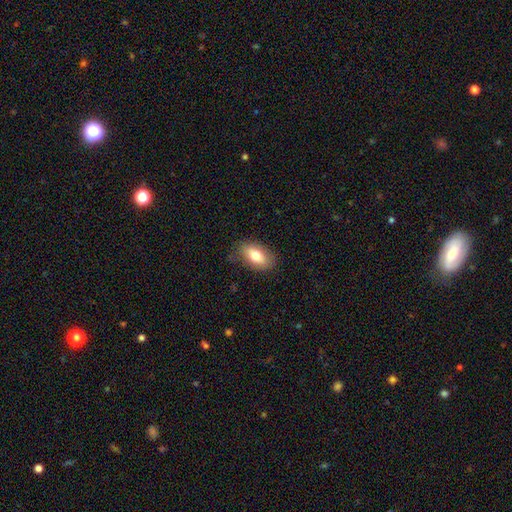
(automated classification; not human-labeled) smooth-or-featured: smooth: 75% | featured or disk: 18% | star or artifact: 7%
  how-rounded: in between: 89% | round: 6% | cigar-shaped: 5%
  merging: none: 80% | minor disturbance: 15% | major disturbance: 4% | merger: 1%